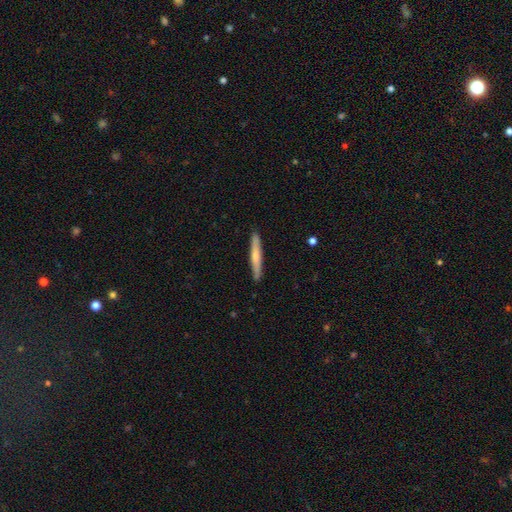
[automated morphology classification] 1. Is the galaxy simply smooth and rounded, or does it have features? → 57% smooth, 38% featured or disk, 5% star or artifact.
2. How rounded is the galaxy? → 95% cigar-shaped, 4% in between, 1% round.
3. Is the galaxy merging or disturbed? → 90% none, 8% minor disturbance, 1% major disturbance, 1% merger.